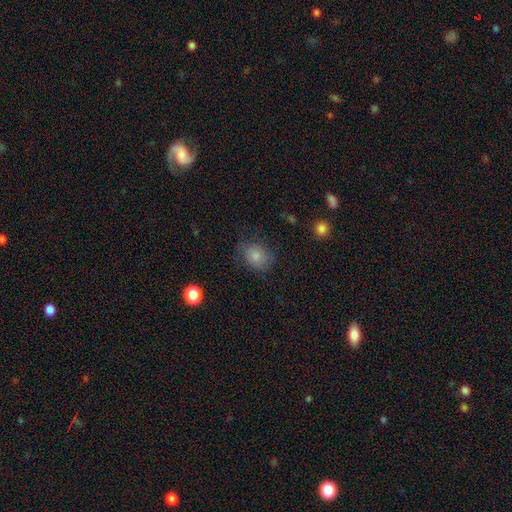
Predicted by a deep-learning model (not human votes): Smooth or featured?
  - smooth: 82% *
  - star or artifact: 10%
  - featured or disk: 8%
How rounded?
  - round: 53% *
  - in between: 46%
  - cigar-shaped: 1%
Merging?
  - none: 68% *
  - minor disturbance: 22%
  - major disturbance: 9%
  - merger: 2%